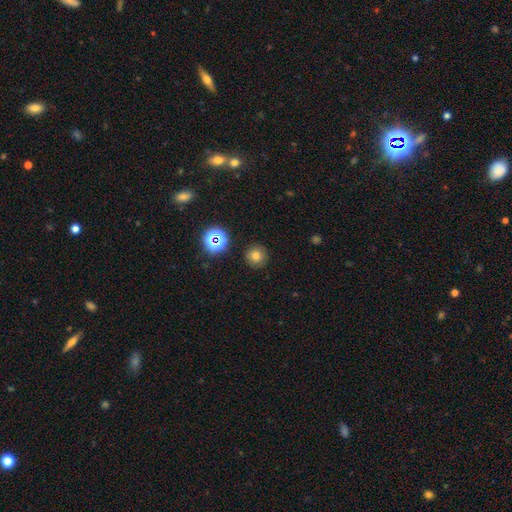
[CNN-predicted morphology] The model was most divided on "smooth or featured": smooth: 71%, star or artifact: 20%, featured or disk: 9%. More confident: how rounded — round (95%); merging — none (89%).